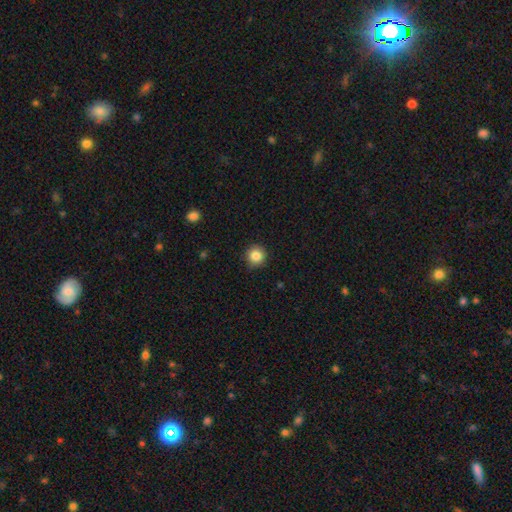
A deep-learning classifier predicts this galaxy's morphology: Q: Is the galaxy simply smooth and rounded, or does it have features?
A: smooth — 85%.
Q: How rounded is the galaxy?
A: round — 94%.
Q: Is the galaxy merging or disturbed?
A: none — 89%.